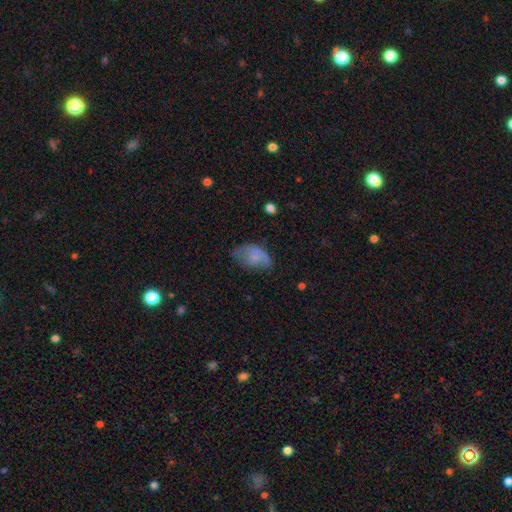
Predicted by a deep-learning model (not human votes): This appears to be a smooth galaxy with no disk features (51%) that is in between round and cigar-shaped (89%). Merging: none (40%).